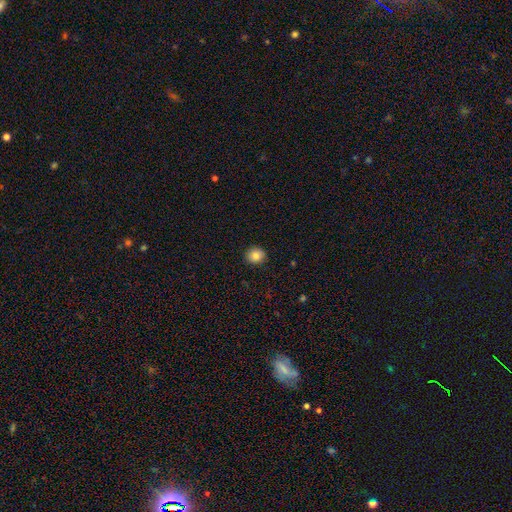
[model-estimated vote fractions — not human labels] A smooth galaxy with no disk features (83%) that is round (84%). Merging: none (91%).